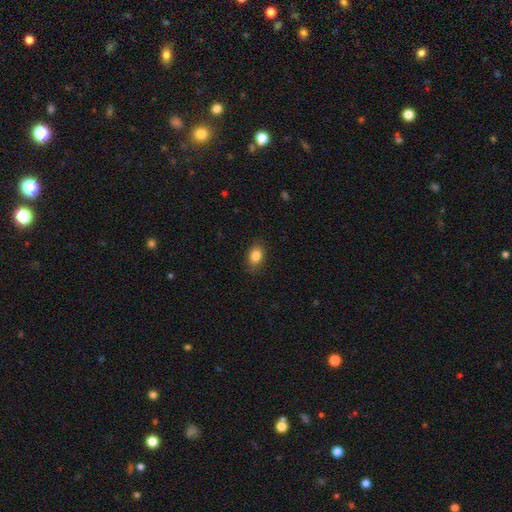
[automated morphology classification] Q: Smooth or featured?
A: smooth (85%); runner-up: star or artifact (8%)
Q: How rounded?
A: in between (82%); runner-up: round (16%)
Q: Merging?
A: none (86%); runner-up: minor disturbance (11%)